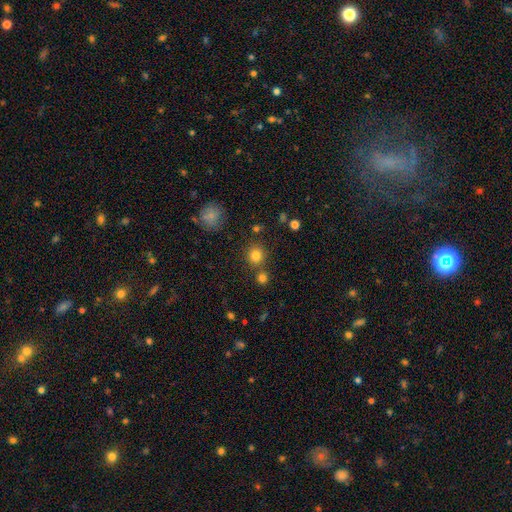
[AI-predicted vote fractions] Q: Smooth or featured?
A: smooth (80%); runner-up: star or artifact (14%)
Q: How rounded?
A: round (91%); runner-up: in between (8%)
Q: Merging?
A: none (77%); runner-up: merger (13%)